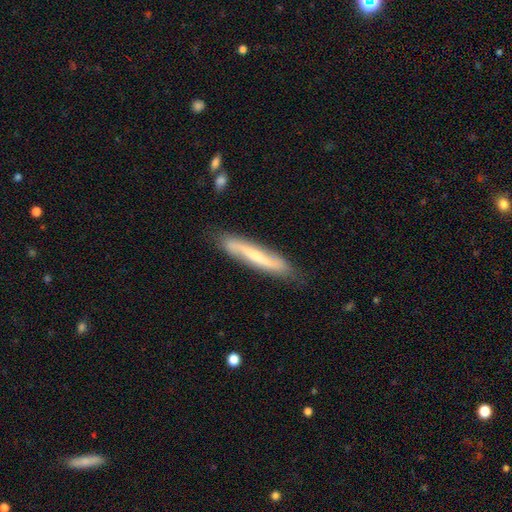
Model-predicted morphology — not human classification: Smooth or featured: featured or disk — 56% (smooth — 38%)
Edge-on disk: yes — 54% (no — 46%)
Merging: none — 79% (minor disturbance — 16%)